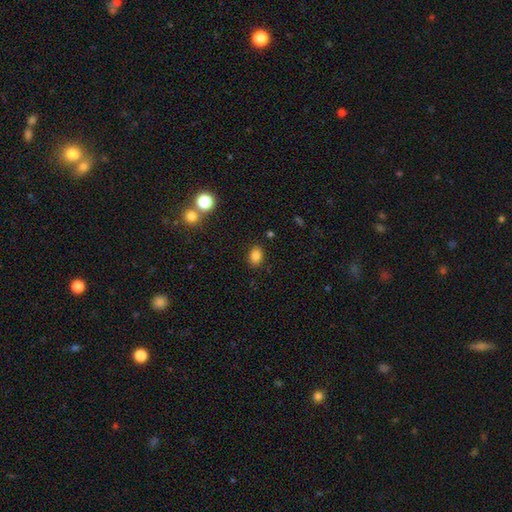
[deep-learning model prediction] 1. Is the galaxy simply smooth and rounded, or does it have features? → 83% smooth, 11% star or artifact, 6% featured or disk.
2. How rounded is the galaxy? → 73% in between, 26% round, 1% cigar-shaped.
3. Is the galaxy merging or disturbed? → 85% none, 9% minor disturbance, 3% major disturbance, 2% merger.